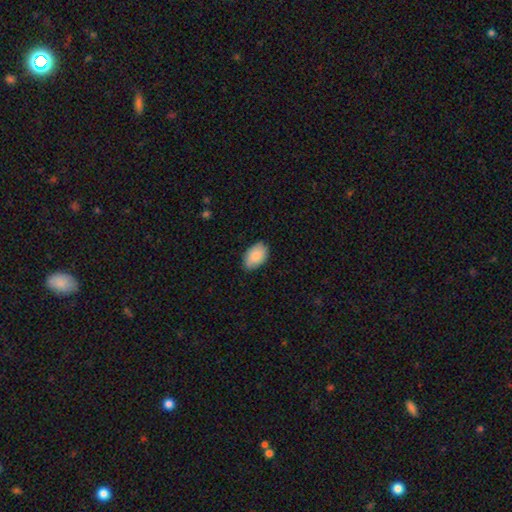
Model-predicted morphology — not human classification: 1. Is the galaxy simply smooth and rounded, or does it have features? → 87% smooth, 7% featured or disk, 6% star or artifact.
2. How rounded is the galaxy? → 92% in between, 7% round, 1% cigar-shaped.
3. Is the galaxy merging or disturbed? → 84% none, 13% minor disturbance, 2% major disturbance, 1% merger.